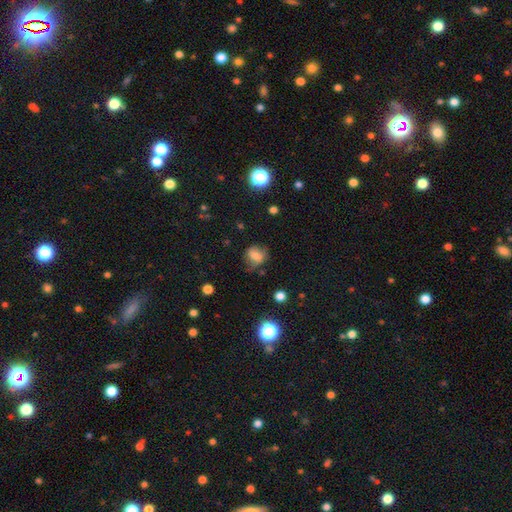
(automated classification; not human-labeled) Q: Smooth or featured?
A: smooth (72%); runner-up: featured or disk (15%)
Q: How rounded?
A: round (54%); runner-up: in between (44%)
Q: Merging?
A: none (58%); runner-up: minor disturbance (27%)